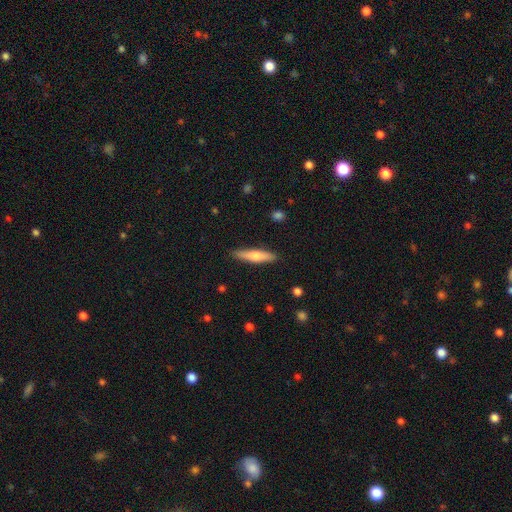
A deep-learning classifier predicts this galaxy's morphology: smooth-or-featured: smooth: 59% | featured or disk: 35% | star or artifact: 6%
  how-rounded: cigar-shaped: 82% | in between: 16% | round: 2%
  merging: none: 89% | minor disturbance: 8% | major disturbance: 2% | merger: 1%